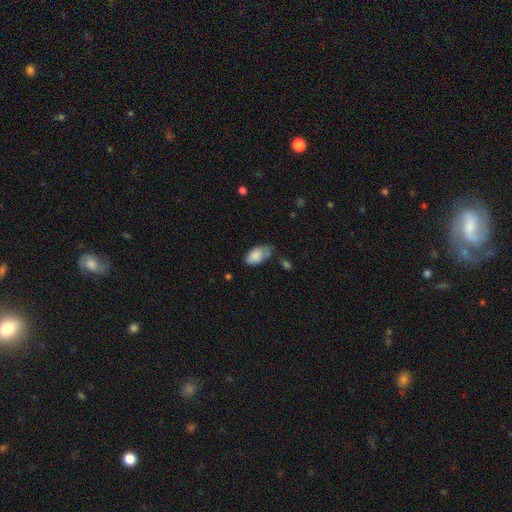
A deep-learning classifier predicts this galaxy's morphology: smooth_or_featured: smooth (p=0.83) [alt: featured or disk p=0.10]
how_rounded: in between (p=0.94) [alt: round p=0.04]
merging: none (p=0.49) [alt: minor disturbance p=0.36]